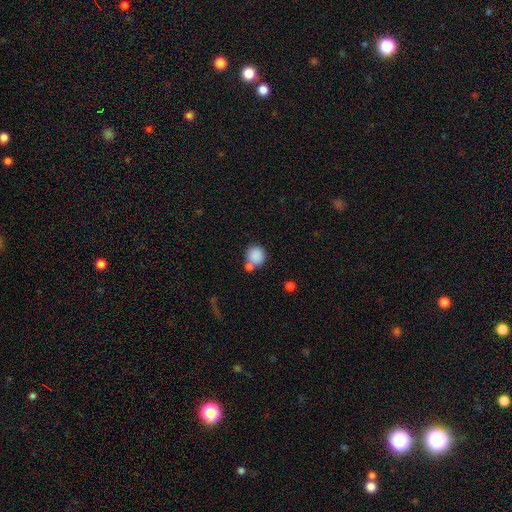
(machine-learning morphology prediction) Smooth or featured? Predicted: smooth (p=0.86). How rounded? Predicted: round (p=0.86). Merging? Predicted: none (p=0.59).